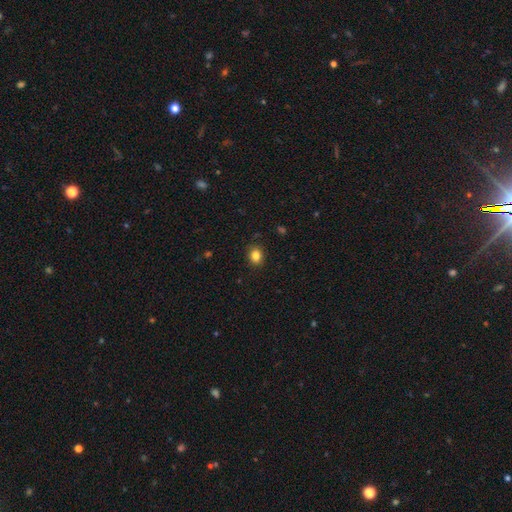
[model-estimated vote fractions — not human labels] Overall: smooth (84%). How rounded: round (59%; in between 40%). Merging: none (89%).